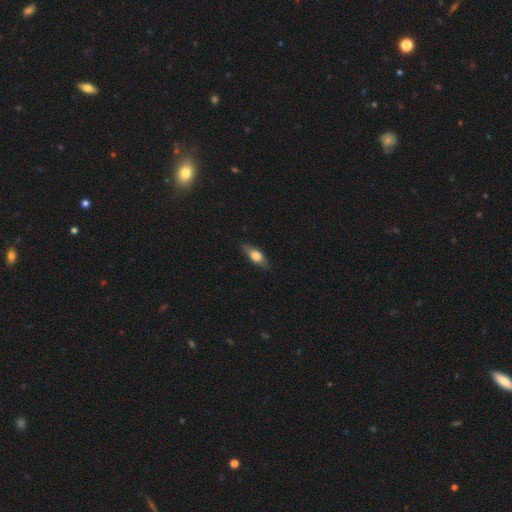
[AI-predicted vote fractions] smooth-or-featured: smooth: 63% | featured or disk: 31% | star or artifact: 7%
  how-rounded: in between: 70% | cigar-shaped: 25% | round: 5%
  merging: none: 81% | minor disturbance: 15% | major disturbance: 3% | merger: 1%